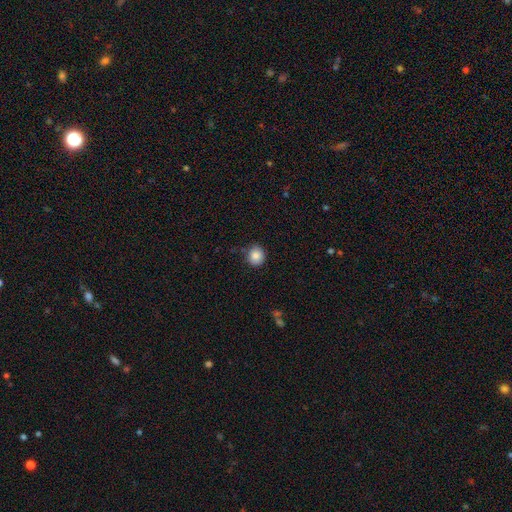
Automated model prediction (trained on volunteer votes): Smooth or featured? smooth (86%)
How rounded? round (86%)
Merging? none (81%)